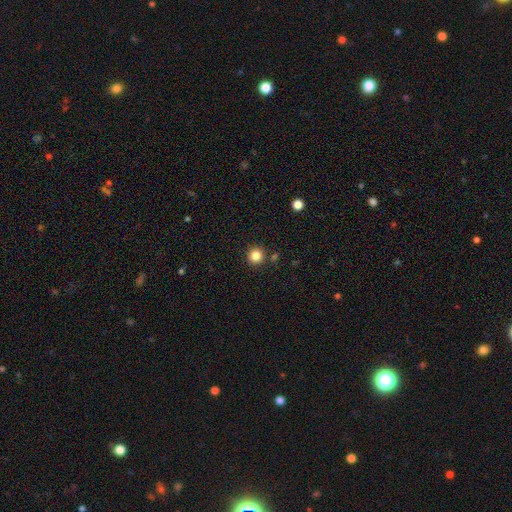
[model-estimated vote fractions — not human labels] This is clearly a smooth galaxy (84%). How rounded: clearly round (94%). Merging: clearly none (88%).